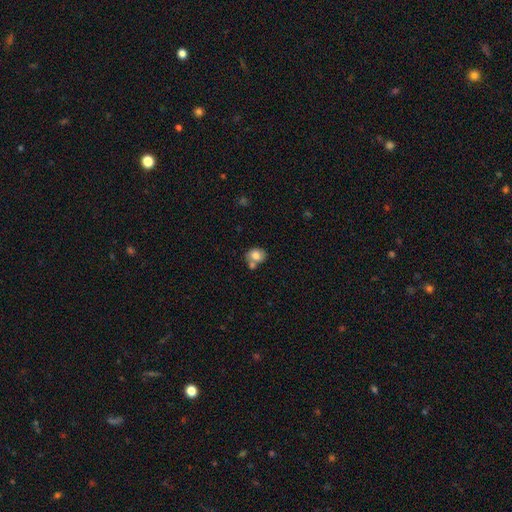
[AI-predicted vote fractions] A smooth galaxy with no disk features (77%) that is round (51%).

Vote fractions:
- Smooth or featured? smooth: 77% / featured or disk: 14% / star or artifact: 9%
- How rounded? round: 51% / in between: 48% / cigar-shaped: 1%
- Merging? none: 50% / merger: 32% / minor disturbance: 14% / major disturbance: 4%